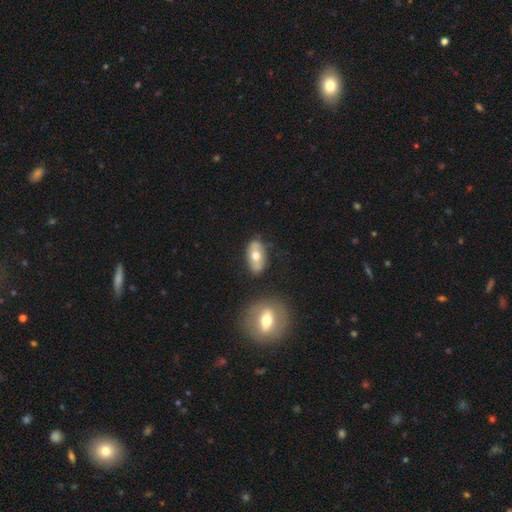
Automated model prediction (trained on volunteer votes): smooth-or-featured: smooth: 55% | featured or disk: 39% | star or artifact: 6%
  how-rounded: in between: 89% | round: 7% | cigar-shaped: 4%
  merging: none: 75% | minor disturbance: 15% | merger: 6% | major disturbance: 4%